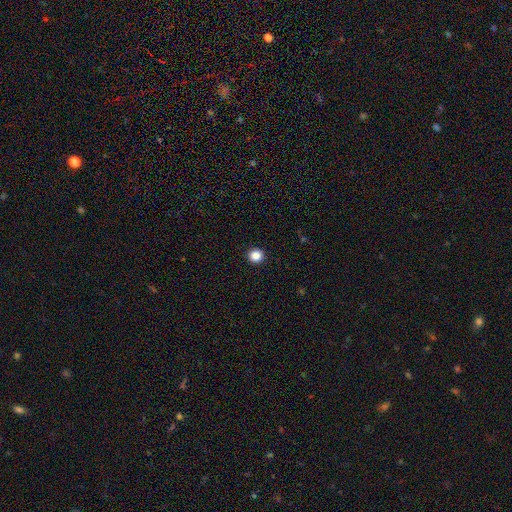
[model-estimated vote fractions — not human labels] Q: Smooth or featured?
A: smooth (86%); runner-up: star or artifact (11%)
Q: How rounded?
A: round (93%); runner-up: in between (6%)
Q: Merging?
A: none (94%); runner-up: minor disturbance (4%)